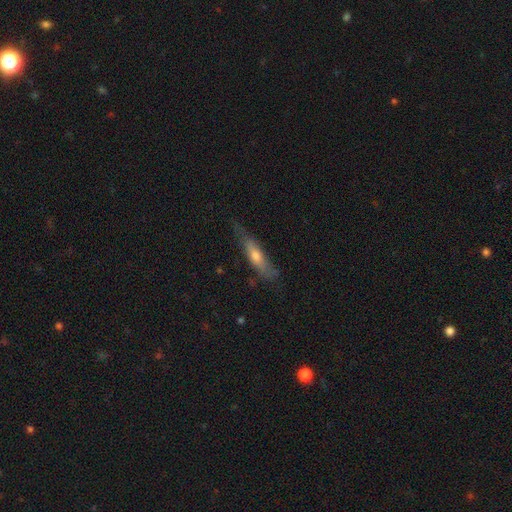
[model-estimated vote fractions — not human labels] The model was most divided on "smooth or featured": smooth: 49%, featured or disk: 45%, star or artifact: 7%. More confident: merging — none (59%).